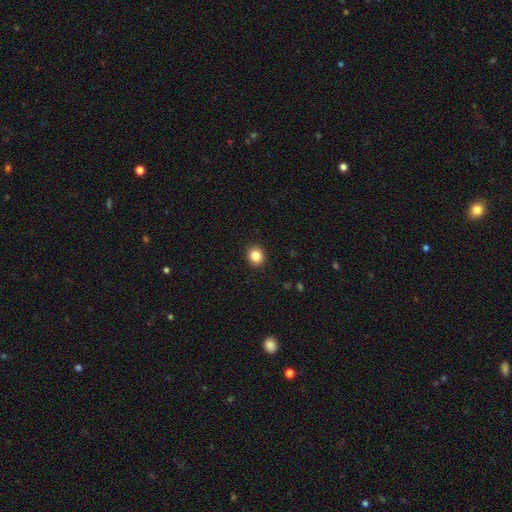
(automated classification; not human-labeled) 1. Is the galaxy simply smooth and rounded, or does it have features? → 86% smooth, 10% star or artifact, 4% featured or disk.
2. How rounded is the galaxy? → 83% round, 17% in between, 1% cigar-shaped.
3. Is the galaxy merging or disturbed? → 92% none, 5% minor disturbance, 2% major disturbance, 1% merger.